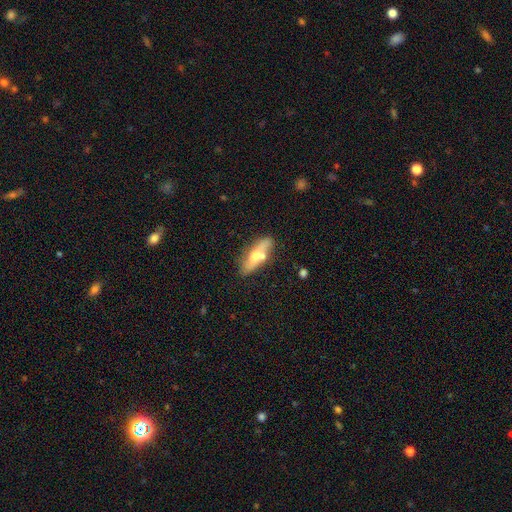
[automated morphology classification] smooth-or-featured: featured or disk: 51% | smooth: 42% | star or artifact: 7%
  disk-edge-on: no: 50% (tied) | yes: 50% (tied)
  merging: none: 65% | minor disturbance: 17% | merger: 13% | major disturbance: 5%